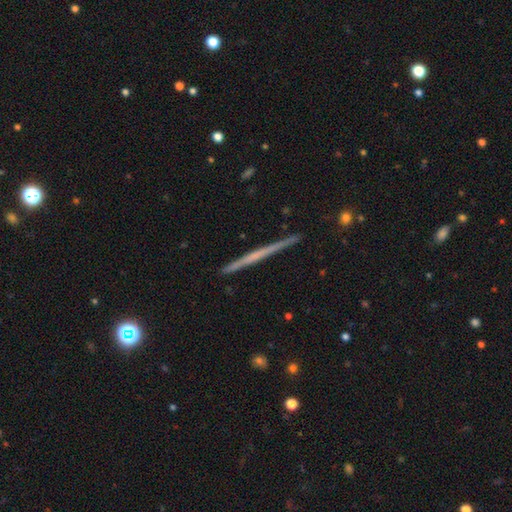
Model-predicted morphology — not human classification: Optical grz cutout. It shows a featured or disk galaxy (64%) viewed edge-on (98%) with no central bulge (82%). Merging: none (91%).